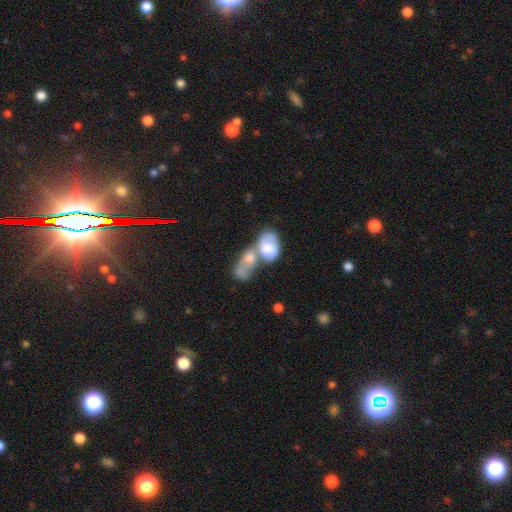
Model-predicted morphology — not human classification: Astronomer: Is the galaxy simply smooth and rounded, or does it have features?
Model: smooth — 40% (runner-up: featured or disk, 37%).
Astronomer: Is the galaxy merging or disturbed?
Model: merger — 67%.